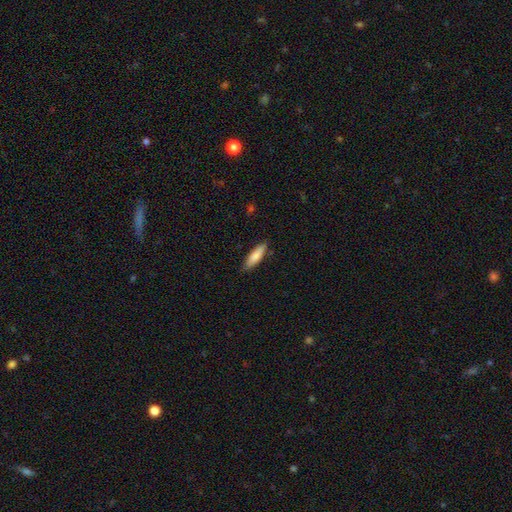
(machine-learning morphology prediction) Smooth or featured?
  - smooth: 82% *
  - featured or disk: 13%
  - star or artifact: 6%
How rounded?
  - cigar-shaped: 56% *
  - in between: 43%
  - round: 2%
Merging?
  - none: 83% *
  - minor disturbance: 14%
  - major disturbance: 2%
  - merger: 1%